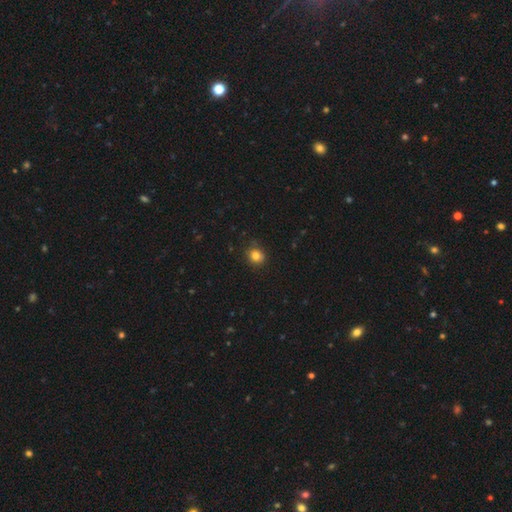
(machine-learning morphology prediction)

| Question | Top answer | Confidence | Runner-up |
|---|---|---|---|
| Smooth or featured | smooth | 81% | star or artifact (12%) |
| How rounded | round | 82% | in between (17%) |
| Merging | none | 82% | minor disturbance (14%) |